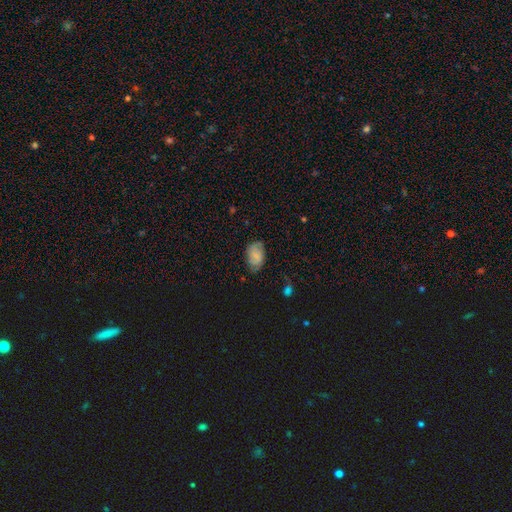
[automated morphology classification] smooth_or_featured: smooth (p=0.66) [alt: featured or disk p=0.25]
how_rounded: in between (p=0.89) [alt: round p=0.09]
merging: none (p=0.64) [alt: minor disturbance p=0.27]